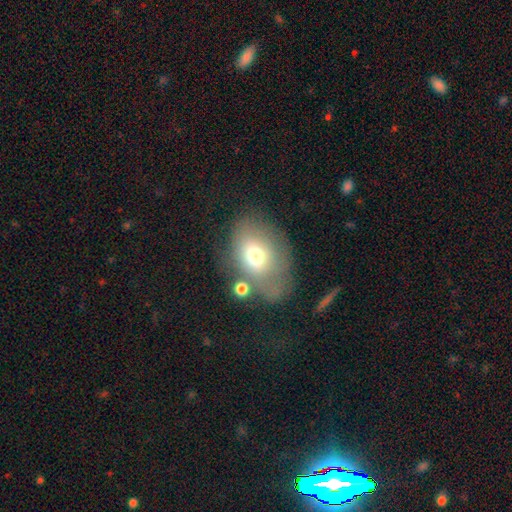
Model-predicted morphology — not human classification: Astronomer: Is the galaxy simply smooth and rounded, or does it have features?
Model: smooth — 65%.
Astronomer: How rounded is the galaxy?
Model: in between — 66%.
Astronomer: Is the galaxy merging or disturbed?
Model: none — 39% (runner-up: minor disturbance, 24%).